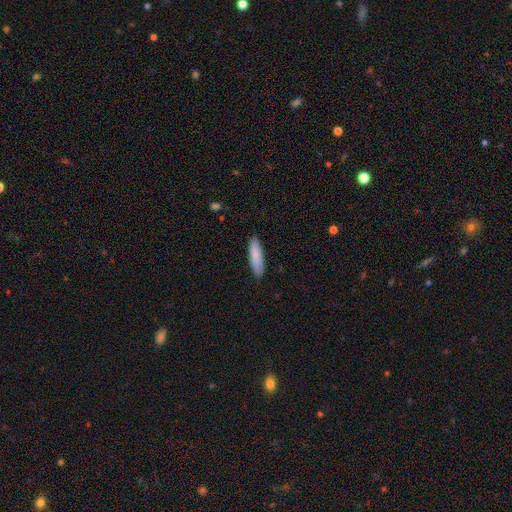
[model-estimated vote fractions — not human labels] smooth 85%, featured or disk 10%, star or artifact 6%. Down the decision tree: how rounded — cigar-shaped (64%); merging — none (89%).